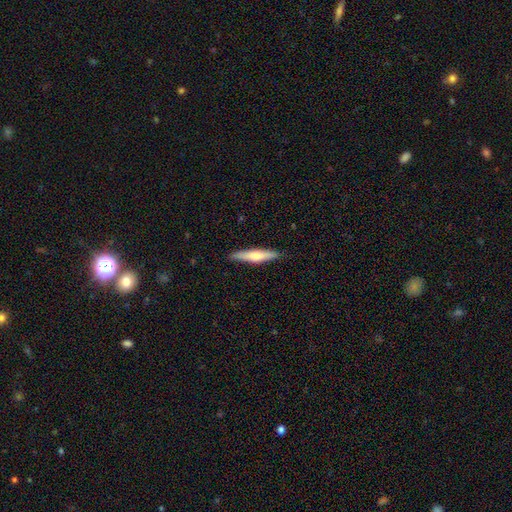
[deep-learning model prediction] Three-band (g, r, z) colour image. It shows a smooth galaxy with no disk features (58%) that is cigar-shaped (88%). Merging: none (89%).